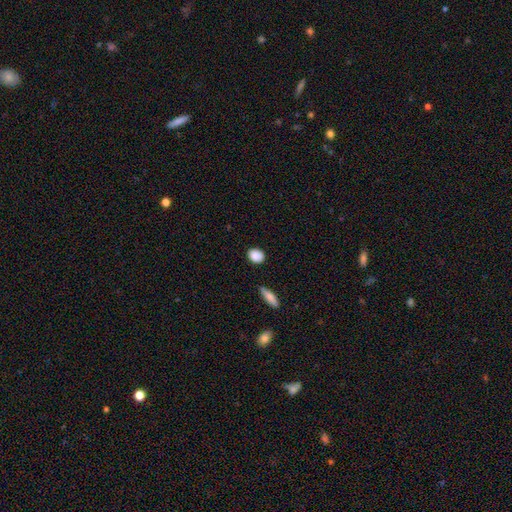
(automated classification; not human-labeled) Smooth or featured? Predicted: smooth (p=0.88). How rounded? Predicted: round (p=0.59). Merging? Predicted: none (p=0.86).